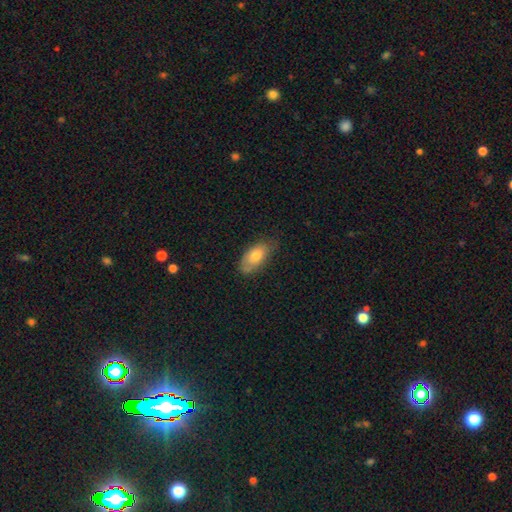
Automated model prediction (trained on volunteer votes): A smooth galaxy with no disk features (72%) that is in between round and cigar-shaped (89%). Merging: none (67%).